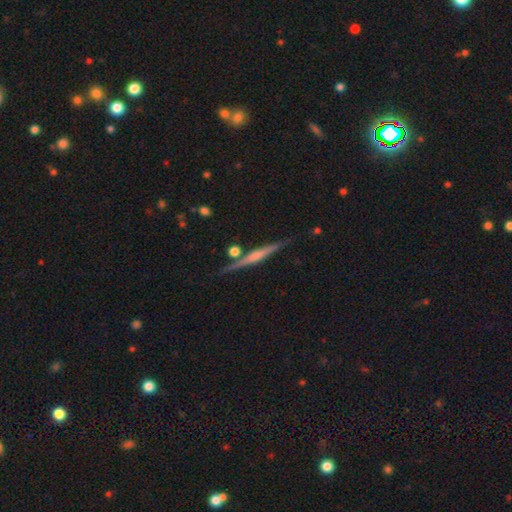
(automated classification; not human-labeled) The model was most divided on "edge-on bulge": rounded: 44%, none: 32%, boxy: 24%. More confident: edge-on disk — yes (97%); merging — none (83%); smooth or featured — featured or disk (69%).